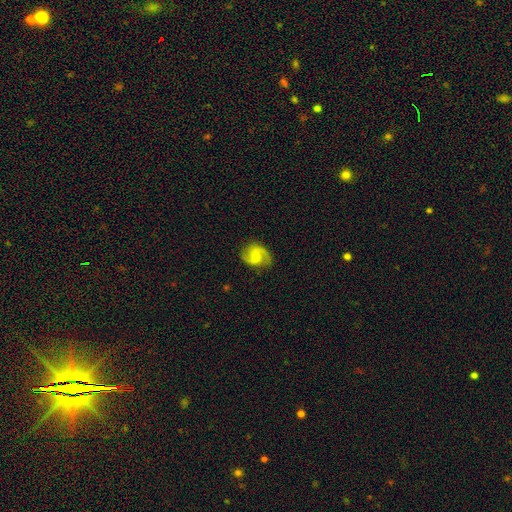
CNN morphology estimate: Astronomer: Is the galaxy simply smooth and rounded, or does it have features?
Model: featured or disk — 81%.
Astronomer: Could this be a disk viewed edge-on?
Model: no — 98%.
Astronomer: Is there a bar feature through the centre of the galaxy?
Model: no — 49% (runner-up: weak, 43%).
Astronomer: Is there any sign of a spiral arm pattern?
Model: yes — 96%.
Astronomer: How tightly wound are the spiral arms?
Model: medium — 54%.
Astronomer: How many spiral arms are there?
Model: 2 — 92%.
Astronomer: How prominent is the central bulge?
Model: small — 48% (runner-up: moderate, 45%).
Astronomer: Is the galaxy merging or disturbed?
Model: none — 82%.